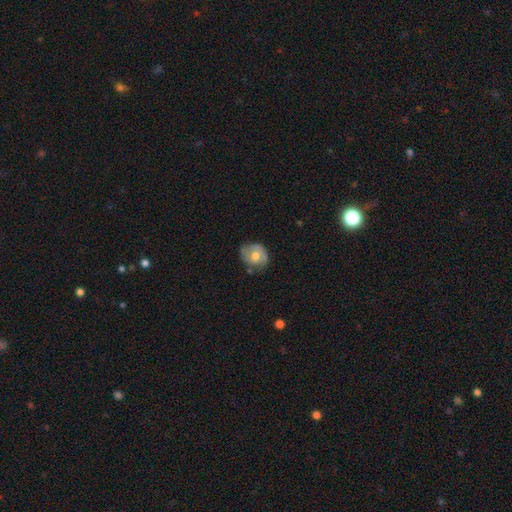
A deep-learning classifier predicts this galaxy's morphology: A smooth galaxy with no disk features (53%) that is round (64%).

Vote fractions:
- Smooth or featured? smooth: 53% / featured or disk: 40% / star or artifact: 7%
- How rounded? round: 64% / in between: 35% / cigar-shaped: 1%
- Merging? none: 59% / minor disturbance: 30% / major disturbance: 9% / merger: 3%